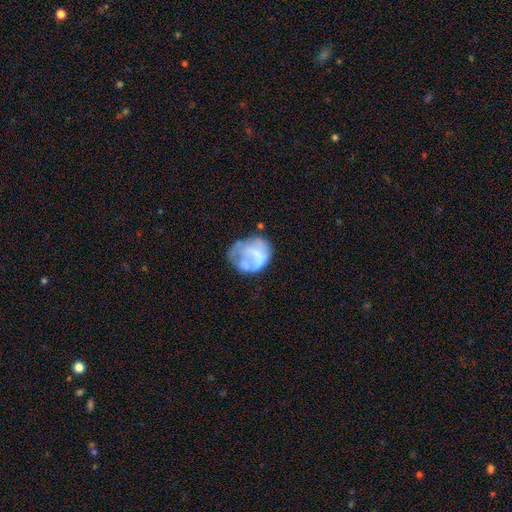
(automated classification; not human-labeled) Smooth or featured? featured or disk (47%)
Merging? major disturbance (34%)